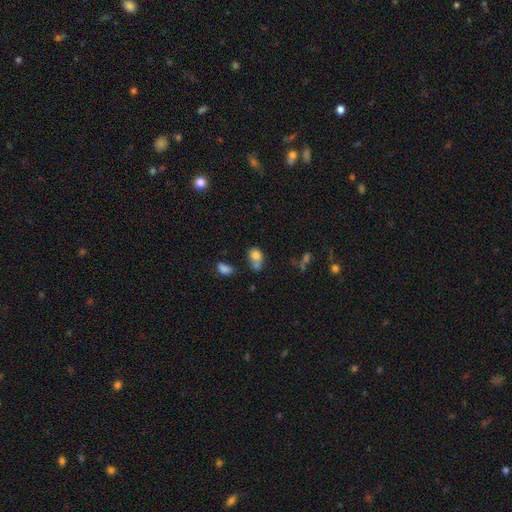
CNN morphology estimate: Smooth or featured? smooth (76%)
How rounded? in between (61%)
Merging? merger (38%)